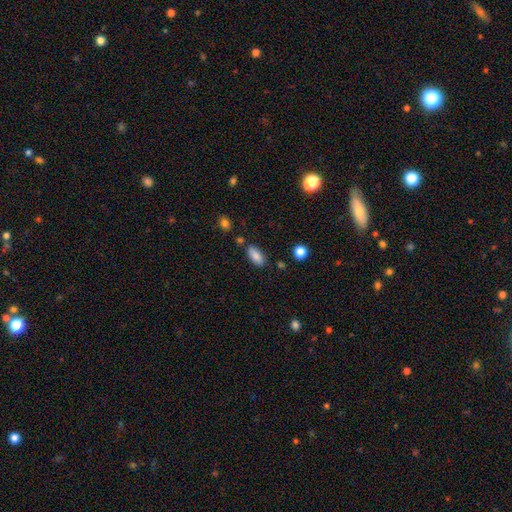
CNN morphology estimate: Q: Smooth or featured?
A: smooth (84%); runner-up: featured or disk (8%)
Q: How rounded?
A: in between (88%); runner-up: cigar-shaped (10%)
Q: Merging?
A: none (81%); runner-up: minor disturbance (12%)